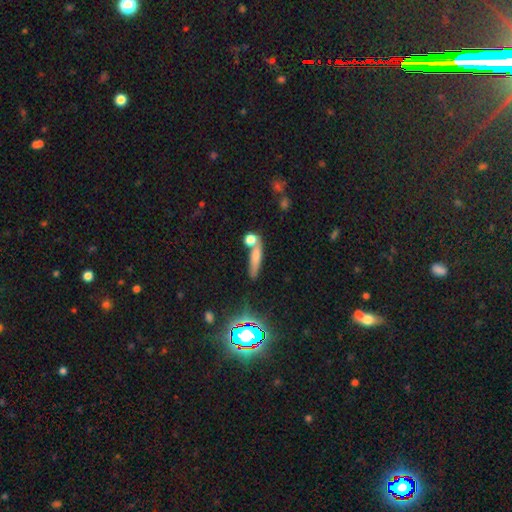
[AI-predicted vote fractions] Smooth or featured? smooth (65%)
How rounded? cigar-shaped (67%)
Merging? none (54%)